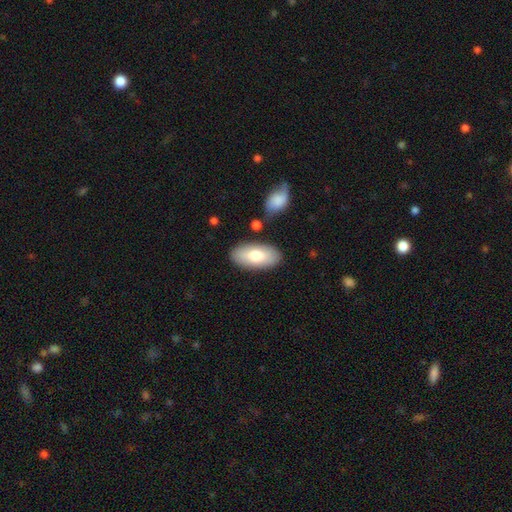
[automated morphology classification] smooth_or_featured: smooth (p=0.74) [alt: featured or disk p=0.21]
how_rounded: in between (p=0.92) [alt: cigar-shaped p=0.06]
merging: none (p=0.82) [alt: minor disturbance p=0.11]